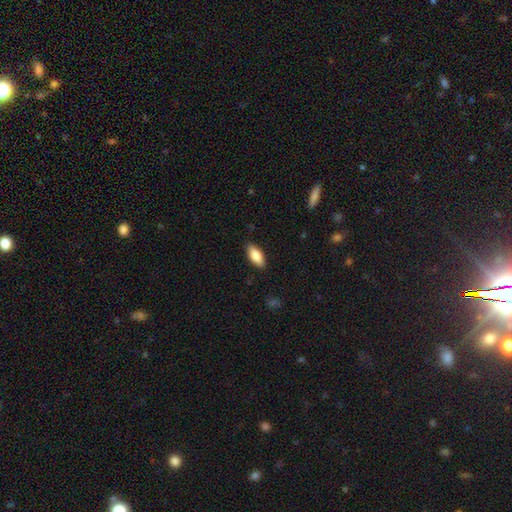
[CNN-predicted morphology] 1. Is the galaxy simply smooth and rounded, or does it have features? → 84% smooth, 10% featured or disk, 6% star or artifact.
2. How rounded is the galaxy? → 85% in between, 13% cigar-shaped, 2% round.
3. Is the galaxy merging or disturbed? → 87% none, 10% minor disturbance, 2% major disturbance, 1% merger.